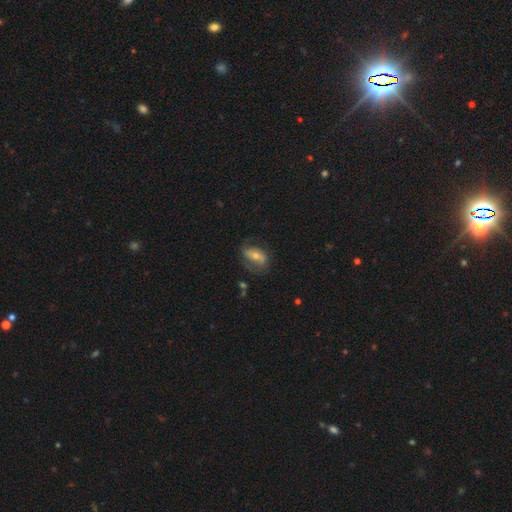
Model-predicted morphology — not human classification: Smooth or featured?
  - featured or disk: 57% *
  - smooth: 35%
  - star or artifact: 8%
Edge-on disk?
  - no: 94% *
  - yes: 6%
Bar?
  - no: 39% *
  - weak: 33%
  - strong: 29%
Spiral arms?
  - yes: 78% *
  - no: 22%
Bulge size?
  - moderate: 48% *
  - small: 44%
  - large: 5%
  - none: 3%
  - dominant: 1%
Merging?
  - none: 56% *
  - minor disturbance: 24%
  - major disturbance: 17%
  - merger: 2%